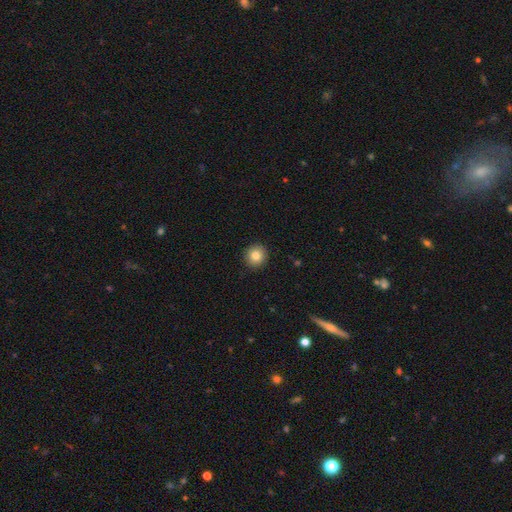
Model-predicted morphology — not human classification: This appears to be a smooth galaxy with no disk features (84%) that is round (92%). Merging: none (92%).